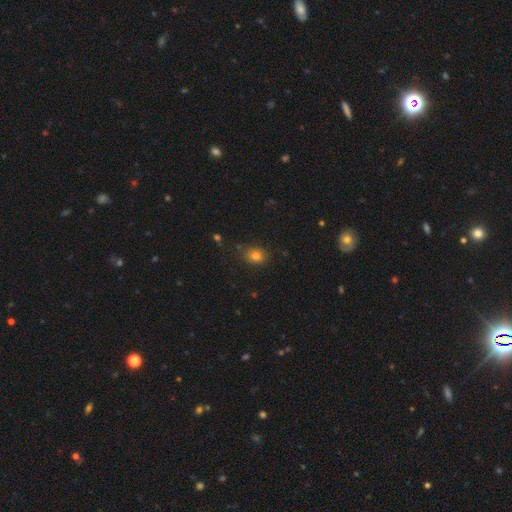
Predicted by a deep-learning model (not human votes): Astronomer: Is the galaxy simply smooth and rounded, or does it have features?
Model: smooth — 79%.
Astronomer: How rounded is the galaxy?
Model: round — 55% (runner-up: in between, 44%).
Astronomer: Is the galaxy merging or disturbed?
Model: none — 82%.